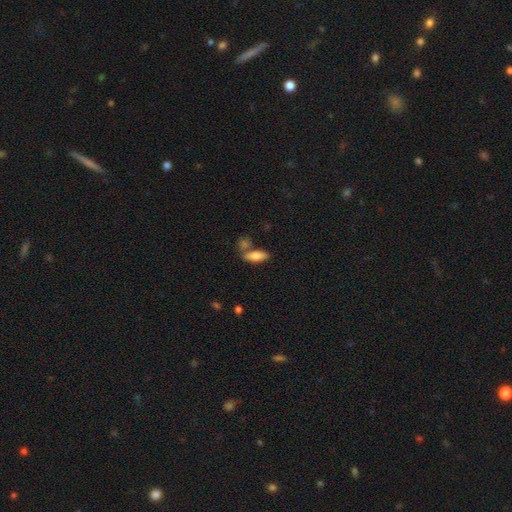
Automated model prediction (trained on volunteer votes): A smooth galaxy with no disk features (81%) that is in between round and cigar-shaped (76%). Merging: none (56%).